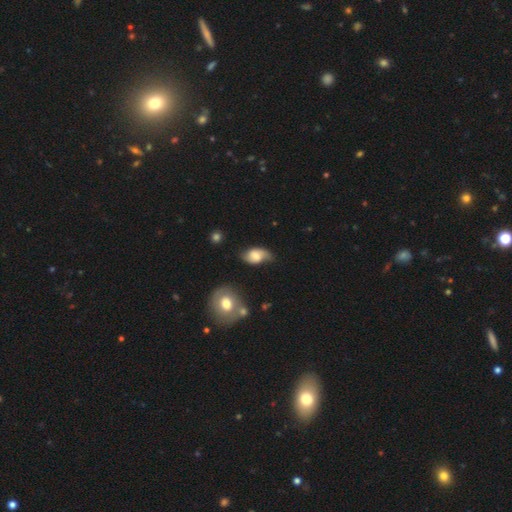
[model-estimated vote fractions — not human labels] smooth 53%, featured or disk 39%, star or artifact 8%. Down the decision tree: how rounded — in between (88%); merging — none (49%).